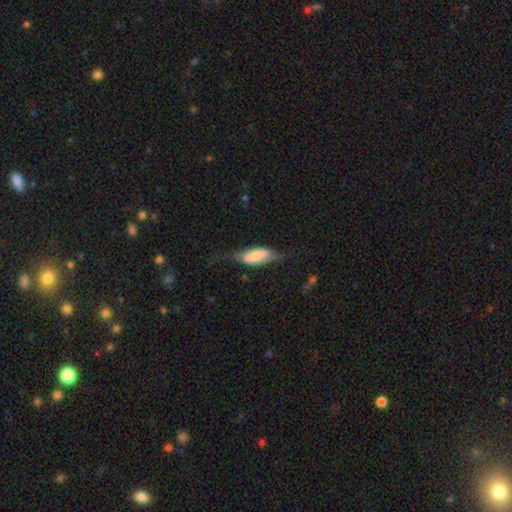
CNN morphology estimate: smooth 48%, featured or disk 46%, star or artifact 7%. Down the decision tree: merging — none (43%).